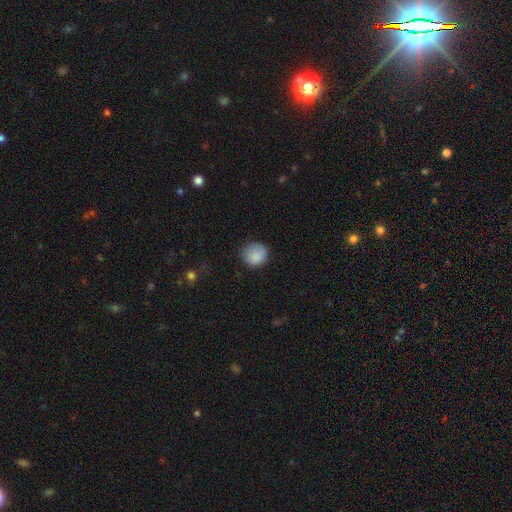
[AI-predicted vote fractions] Overall: smooth (88%). How rounded: round (88%). Merging: none (78%).